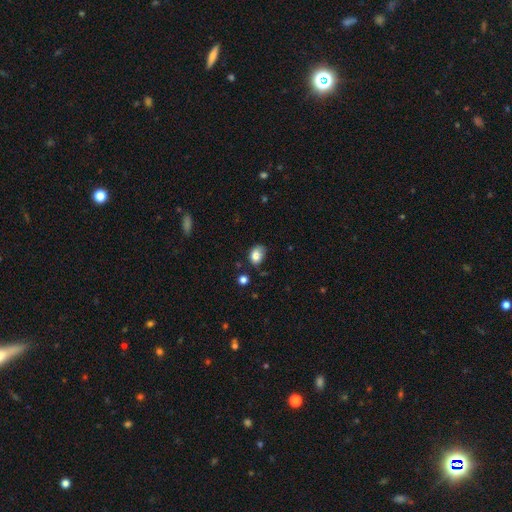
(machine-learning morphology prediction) Overall: smooth (81%). How rounded: in between (70%). Merging: none (55%; minor disturbance 32%).